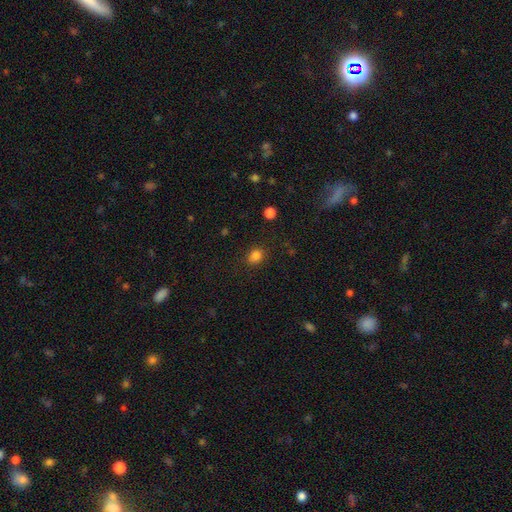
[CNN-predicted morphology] Smooth or featured? smooth (83%)
How rounded? round (63%)
Merging? none (82%)